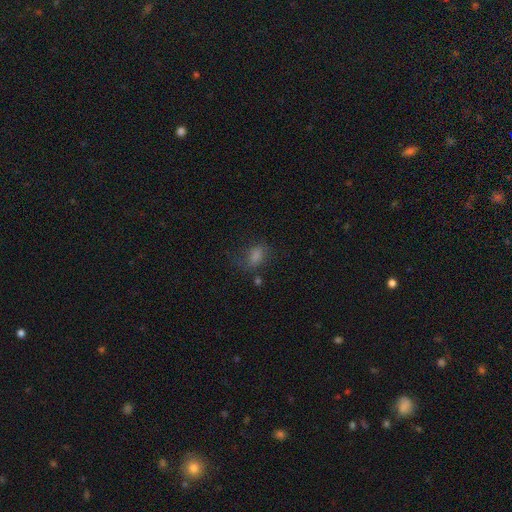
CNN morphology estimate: A smooth galaxy with no disk features (63%) that is in between round and cigar-shaped (77%). Merging: none (57%).